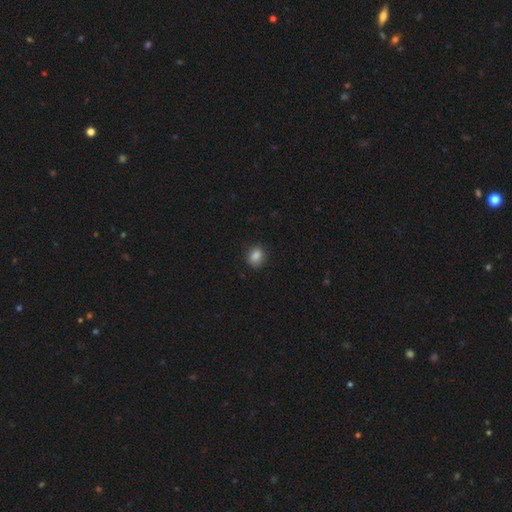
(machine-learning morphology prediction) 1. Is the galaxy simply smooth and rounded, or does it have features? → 85% smooth, 10% star or artifact, 5% featured or disk.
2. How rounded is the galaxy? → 52% in between, 47% round, 1% cigar-shaped.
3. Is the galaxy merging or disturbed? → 84% none, 12% minor disturbance, 3% major disturbance, 1% merger.